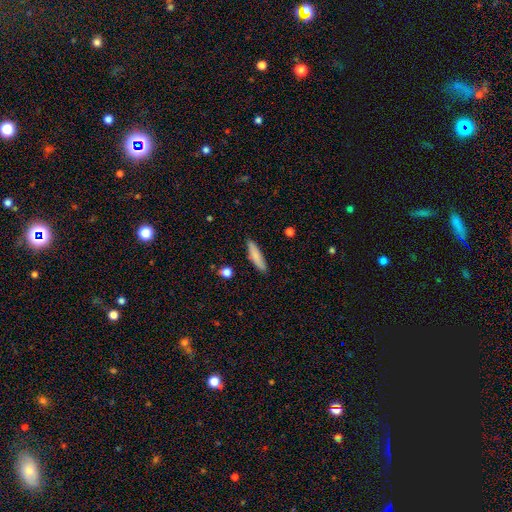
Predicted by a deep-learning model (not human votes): Smooth or featured: smooth — 82% (featured or disk — 11%)
How rounded: cigar-shaped — 74% (in between — 24%)
Merging: none — 85% (minor disturbance — 12%)